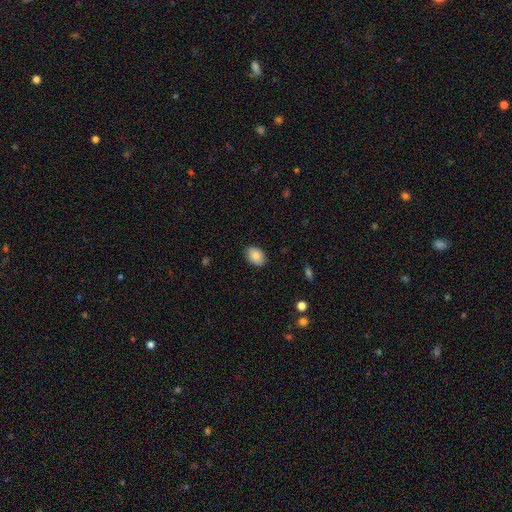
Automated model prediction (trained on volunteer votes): Smooth or featured? Predicted: smooth (p=0.85). How rounded? Predicted: in between (p=0.80). Merging? Predicted: none (p=0.87).